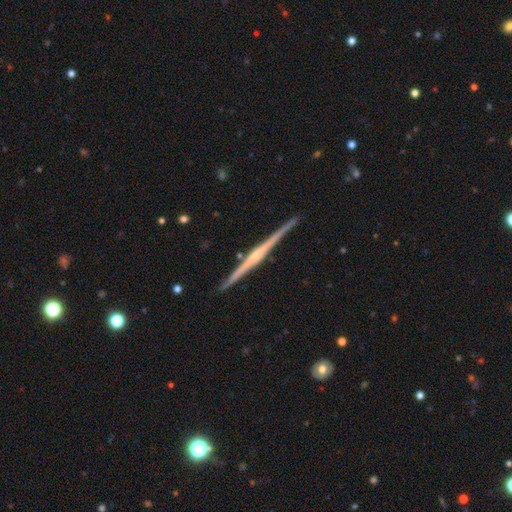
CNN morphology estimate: Smooth or featured?
  - featured or disk: 85% *
  - smooth: 10%
  - star or artifact: 5%
Edge-on disk?
  - yes: 99% *
  - no: 1%
Edge-on bulge?
  - rounded: 63% *
  - none: 22%
  - boxy: 15%
Merging?
  - none: 91% *
  - minor disturbance: 6%
  - merger: 1%
  - major disturbance: 1%